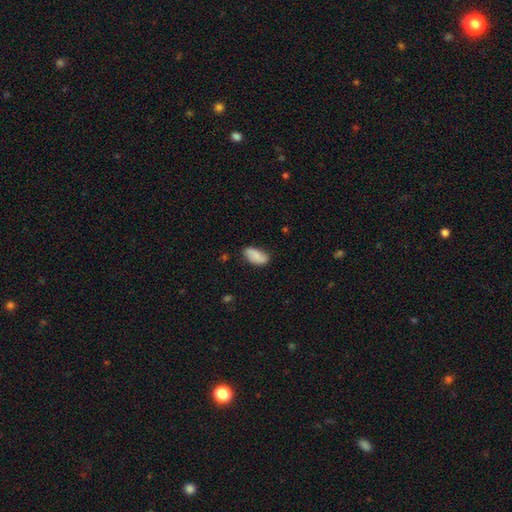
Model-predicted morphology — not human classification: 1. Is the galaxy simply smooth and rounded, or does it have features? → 79% smooth, 14% featured or disk, 7% star or artifact.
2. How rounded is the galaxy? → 92% in between, 5% cigar-shaped, 3% round.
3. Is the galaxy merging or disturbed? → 72% none, 22% minor disturbance, 4% major disturbance, 2% merger.